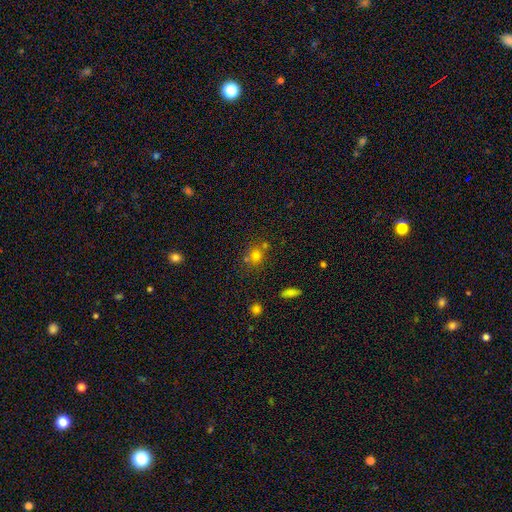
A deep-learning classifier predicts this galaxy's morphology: Smooth or featured? smooth (69%)
How rounded? round (80%)
Merging? none (60%)